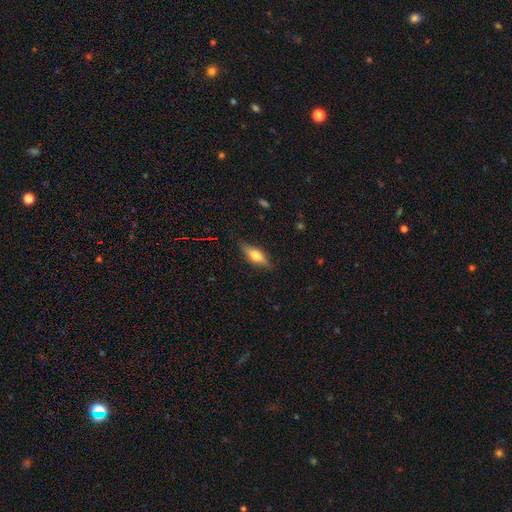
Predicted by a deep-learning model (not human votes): Smooth or featured? smooth (48%)
Merging? none (82%)